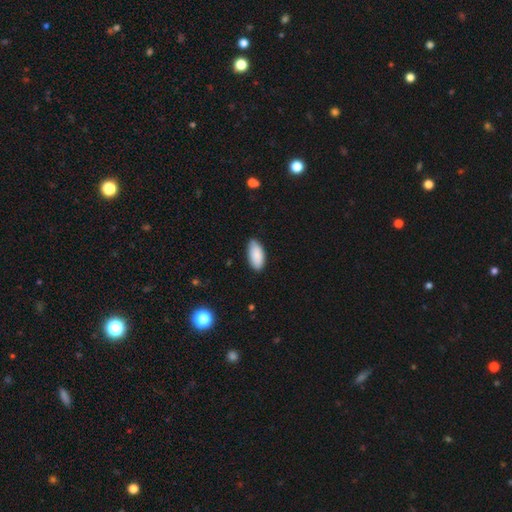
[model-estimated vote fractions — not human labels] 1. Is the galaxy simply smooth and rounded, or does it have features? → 89% smooth, 6% star or artifact, 5% featured or disk.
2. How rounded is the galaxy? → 92% in between, 7% cigar-shaped, 2% round.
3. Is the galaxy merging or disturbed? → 82% none, 15% minor disturbance, 2% major disturbance, 1% merger.